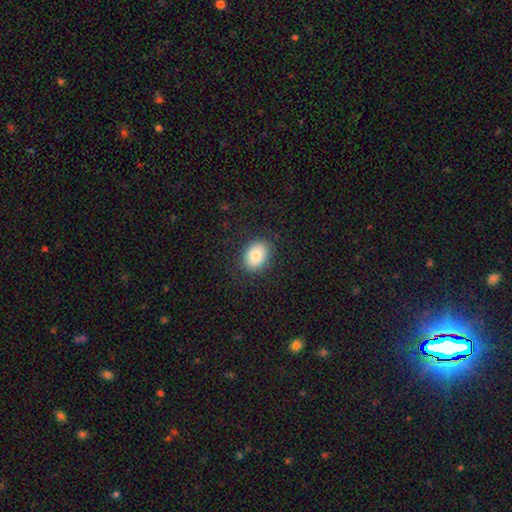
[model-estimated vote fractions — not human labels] smooth 83%, featured or disk 9%, star or artifact 8%. Down the decision tree: how rounded — in between (65%); merging — none (85%).